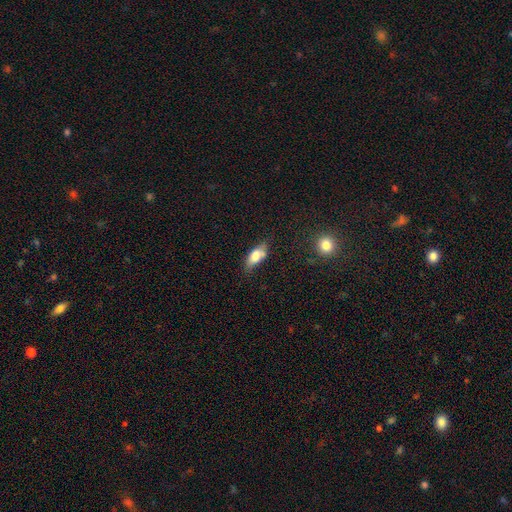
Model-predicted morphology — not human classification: This is likely a smooth galaxy (74%). How rounded: clearly in between (83%). Merging: possibly none (52%).